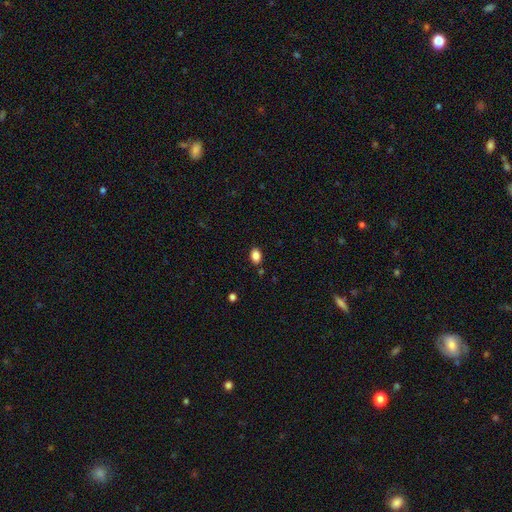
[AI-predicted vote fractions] Smooth or featured? Predicted: smooth (p=0.86). How rounded? Predicted: in between (p=0.83). Merging? Predicted: none (p=0.85).